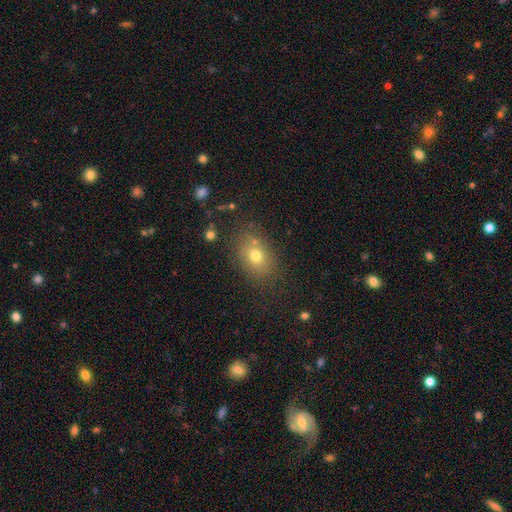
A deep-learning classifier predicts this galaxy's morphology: Smooth or featured: smooth — 71% (star or artifact — 15%)
How rounded: in between — 62% (round — 37%)
Merging: none — 75% (minor disturbance — 14%)